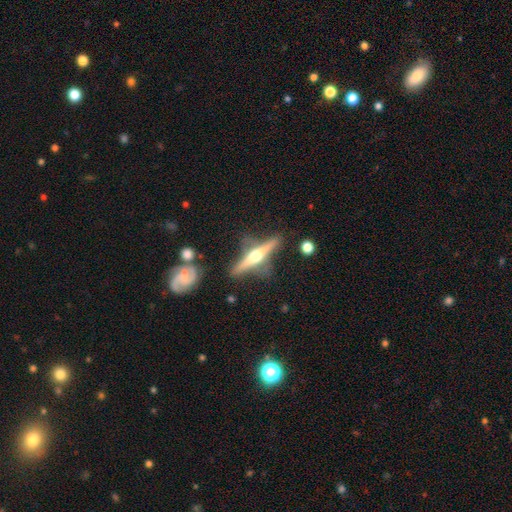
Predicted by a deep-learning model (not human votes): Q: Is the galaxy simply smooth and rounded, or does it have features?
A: featured or disk — 75%.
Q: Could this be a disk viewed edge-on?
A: yes — 96%.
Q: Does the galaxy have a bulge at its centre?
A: rounded — 95%.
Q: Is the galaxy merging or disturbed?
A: none — 79%.